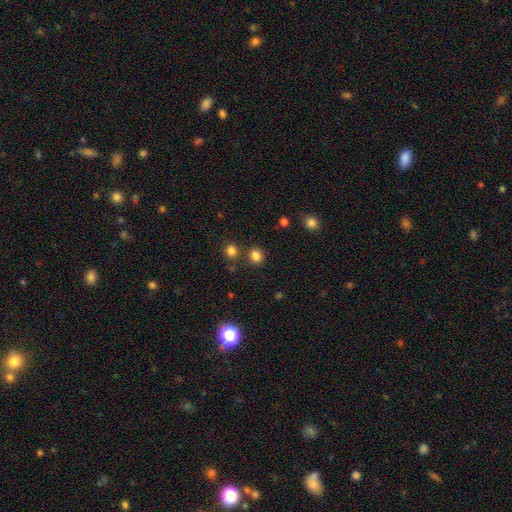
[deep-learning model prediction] This is clearly a smooth galaxy (82%). How rounded: clearly round (82%). Merging: clearly none (80%).